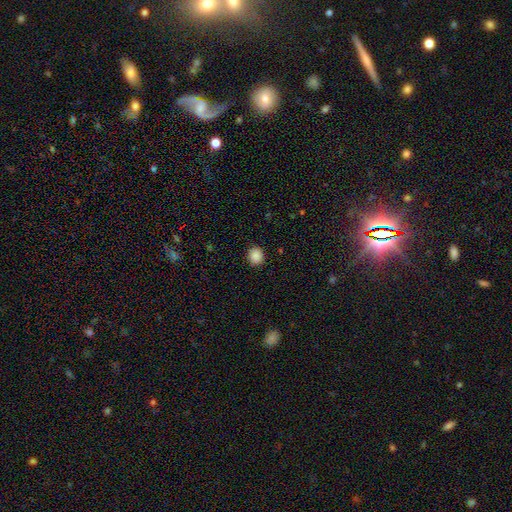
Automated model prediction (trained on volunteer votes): Q: Smooth or featured?
A: smooth (88%); runner-up: star or artifact (9%)
Q: How rounded?
A: round (73%); runner-up: in between (26%)
Q: Merging?
A: none (90%); runner-up: minor disturbance (7%)